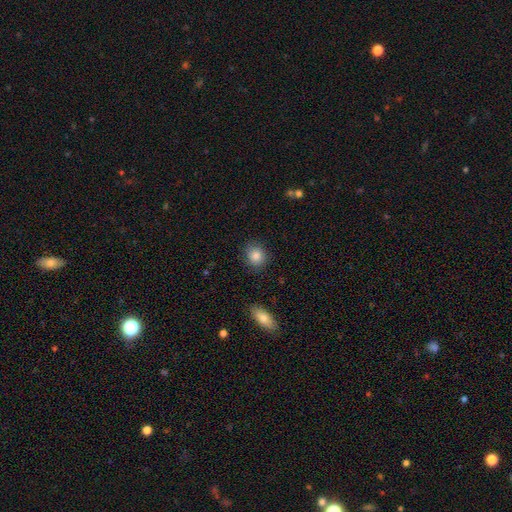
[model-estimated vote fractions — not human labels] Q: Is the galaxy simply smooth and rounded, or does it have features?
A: smooth — 86%.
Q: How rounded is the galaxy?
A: round — 75%.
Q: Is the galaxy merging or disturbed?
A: none — 87%.